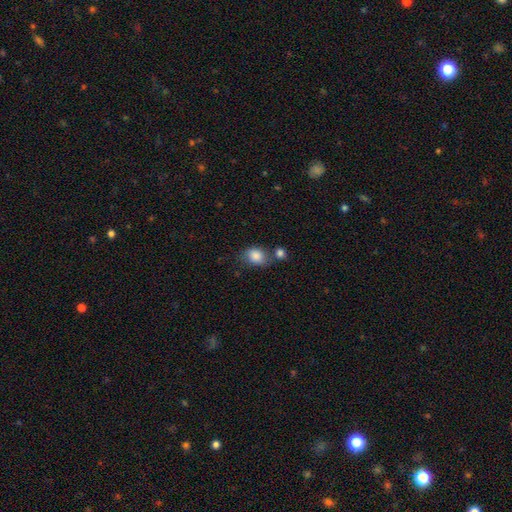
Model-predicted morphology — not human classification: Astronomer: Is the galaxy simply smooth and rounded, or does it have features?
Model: smooth — 85%.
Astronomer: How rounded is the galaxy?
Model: in between — 50% (runner-up: round, 49%).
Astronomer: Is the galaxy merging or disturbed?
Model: none — 52%.